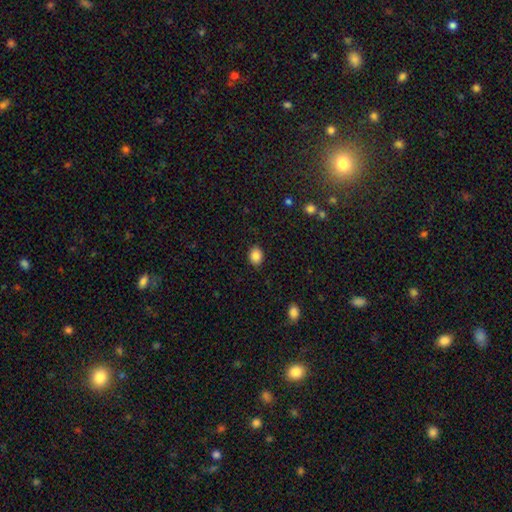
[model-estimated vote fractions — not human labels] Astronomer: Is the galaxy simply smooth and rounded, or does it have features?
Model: smooth — 87%.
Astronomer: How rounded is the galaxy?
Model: round — 53% (runner-up: in between, 46%).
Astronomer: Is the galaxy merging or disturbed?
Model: none — 87%.